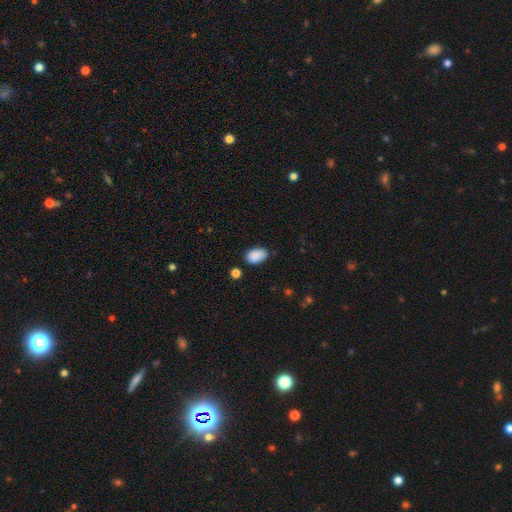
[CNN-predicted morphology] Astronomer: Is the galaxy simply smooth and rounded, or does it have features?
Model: smooth — 89%.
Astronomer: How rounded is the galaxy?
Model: in between — 91%.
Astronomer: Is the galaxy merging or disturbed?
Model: none — 77%.